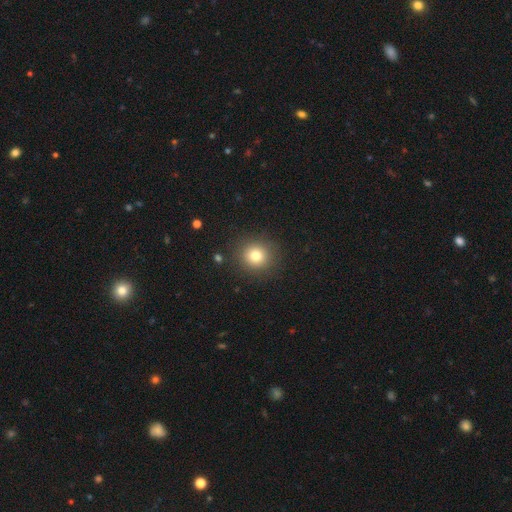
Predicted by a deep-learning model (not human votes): Smooth or featured?
  - smooth: 78% *
  - star or artifact: 13%
  - featured or disk: 9%
How rounded?
  - round: 91% *
  - in between: 8%
  - cigar-shaped: 1%
Merging?
  - none: 89% *
  - minor disturbance: 7%
  - major disturbance: 3%
  - merger: 2%